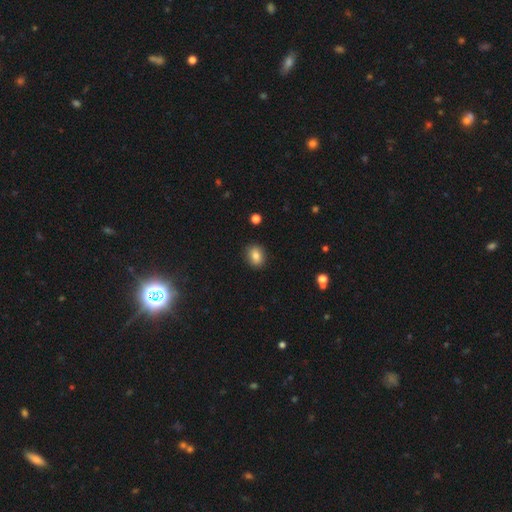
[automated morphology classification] Smooth or featured: smooth — 81% (star or artifact — 10%)
How rounded: round — 55% (in between — 44%)
Merging: none — 88% (minor disturbance — 8%)